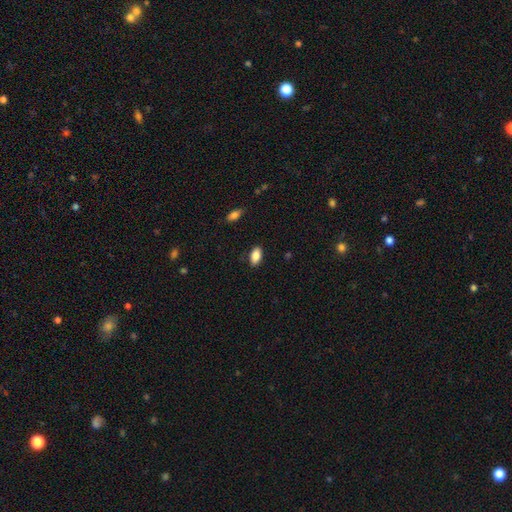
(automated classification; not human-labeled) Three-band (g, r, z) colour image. It shows a smooth galaxy with no disk features (86%) that is in between round and cigar-shaped (91%). Merging: none (86%).